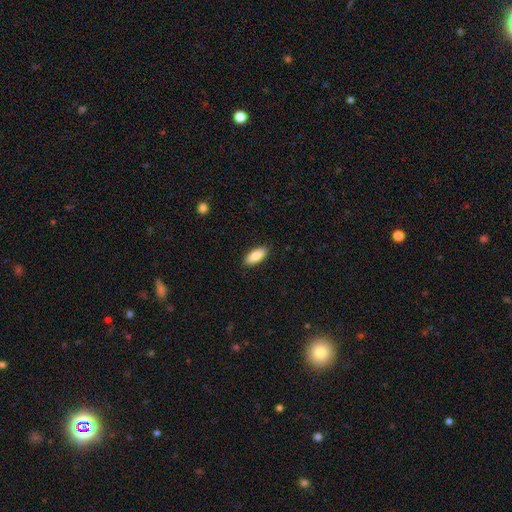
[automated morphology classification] A smooth galaxy with no disk features (85%) that is in between round and cigar-shaped (83%). Merging: none (90%).